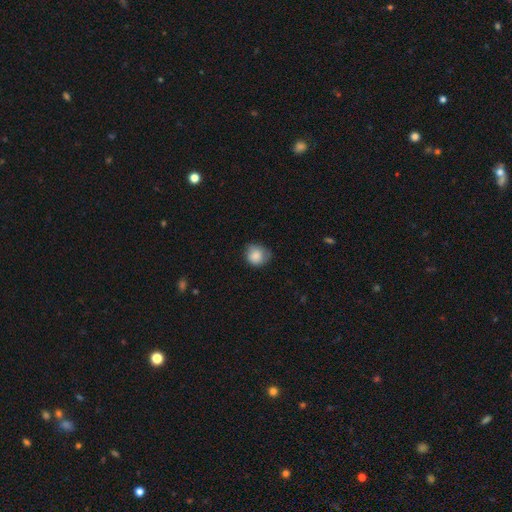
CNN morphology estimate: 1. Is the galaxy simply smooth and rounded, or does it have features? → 85% smooth, 8% star or artifact, 8% featured or disk.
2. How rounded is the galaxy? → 80% round, 19% in between, 1% cigar-shaped.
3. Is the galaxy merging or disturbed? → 58% none, 32% minor disturbance, 8% major disturbance, 1% merger.